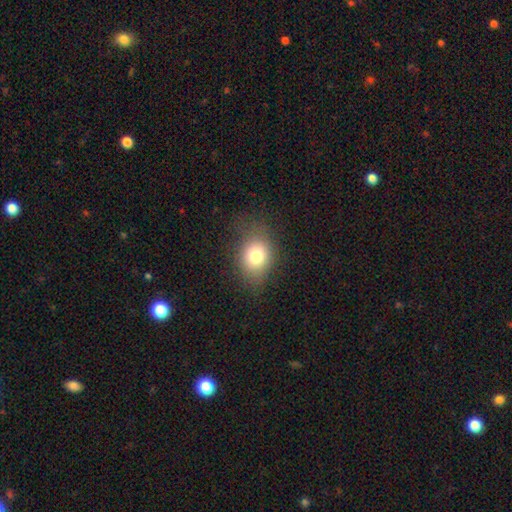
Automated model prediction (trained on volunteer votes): Q: Smooth or featured?
A: smooth (77%); runner-up: star or artifact (12%)
Q: How rounded?
A: in between (51%); runner-up: round (48%)
Q: Merging?
A: none (71%); runner-up: minor disturbance (19%)